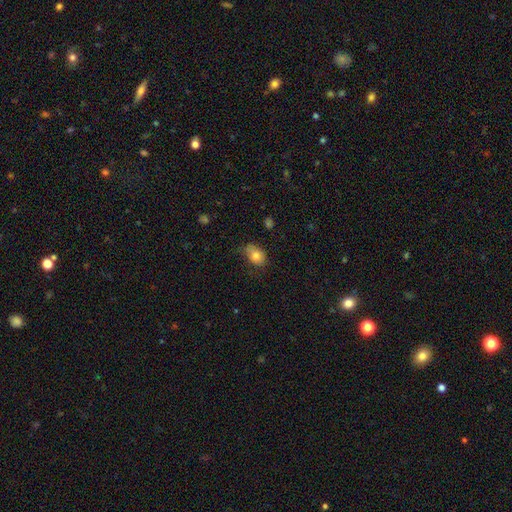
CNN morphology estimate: This appears to be a smooth galaxy with no disk features (80%) that is in between round and cigar-shaped (75%). Merging: none (54%).